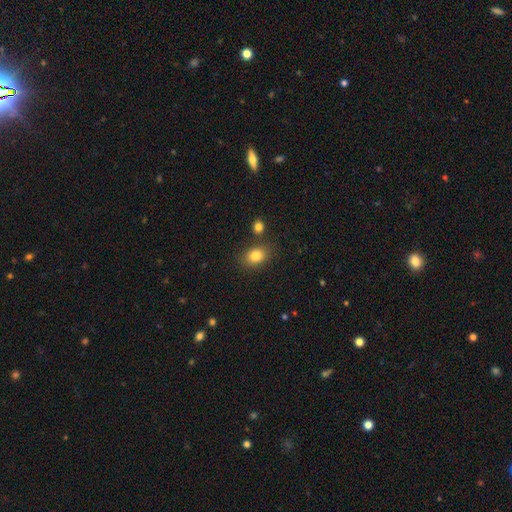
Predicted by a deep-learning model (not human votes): Smooth or featured? smooth (83%)
How rounded? in between (63%)
Merging? none (77%)